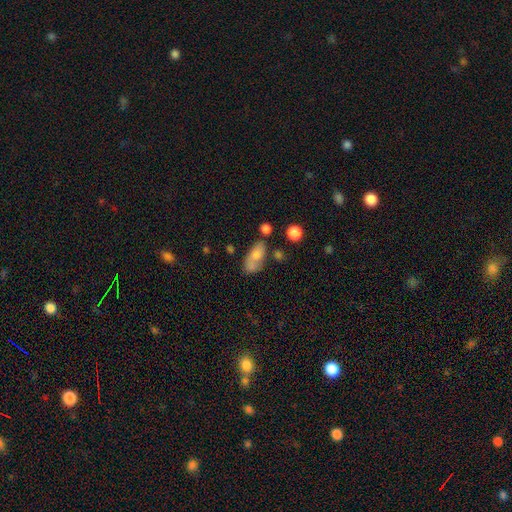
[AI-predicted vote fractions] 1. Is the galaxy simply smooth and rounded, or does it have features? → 70% smooth, 20% featured or disk, 9% star or artifact.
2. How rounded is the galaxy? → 85% in between, 8% round, 7% cigar-shaped.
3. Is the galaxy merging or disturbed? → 43% none, 23% minor disturbance, 22% merger, 13% major disturbance.